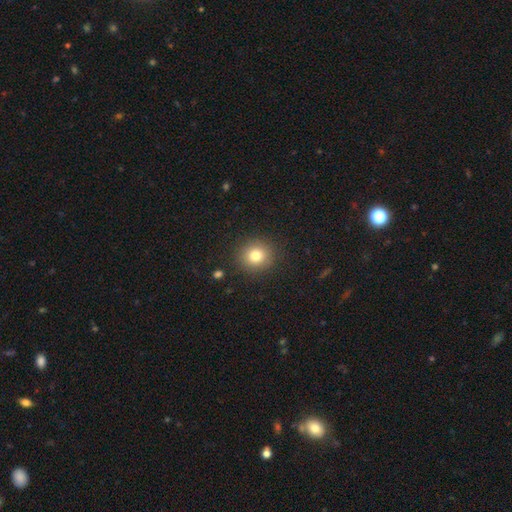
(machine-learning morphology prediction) This appears to be a smooth galaxy with no disk features (79%) that is round (89%). Merging: none (89%).